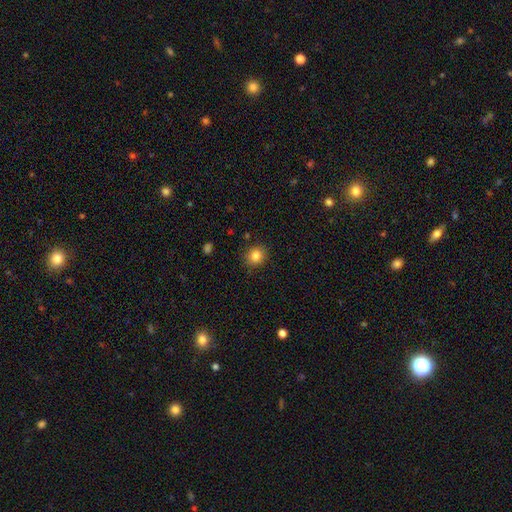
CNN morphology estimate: A smooth galaxy with no disk features (84%) that is round (79%).

Vote fractions:
- Smooth or featured? smooth: 84% / star or artifact: 11% / featured or disk: 5%
- How rounded? round: 79% / in between: 20% / cigar-shaped: 1%
- Merging? none: 88% / minor disturbance: 8% / major disturbance: 2% / merger: 1%